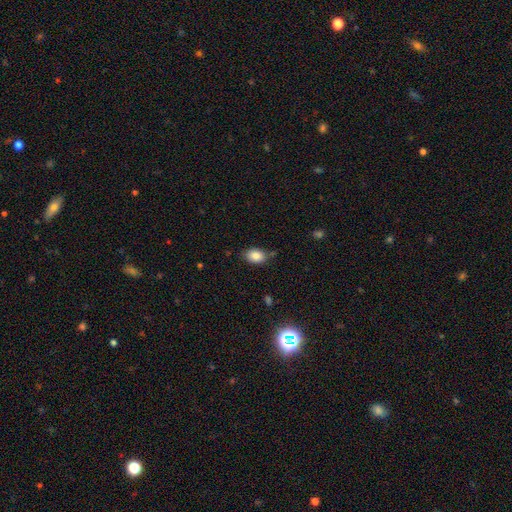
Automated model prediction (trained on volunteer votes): smooth_or_featured: smooth (p=0.84) [alt: star or artifact p=0.09]
how_rounded: in between (p=0.83) [alt: round p=0.16]
merging: none (p=0.77) [alt: minor disturbance p=0.16]